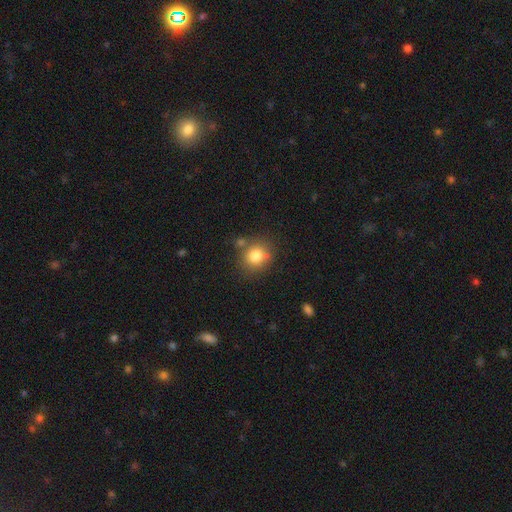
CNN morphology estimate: type=smooth (80%); roundness=round (79%); merging=none (72%).